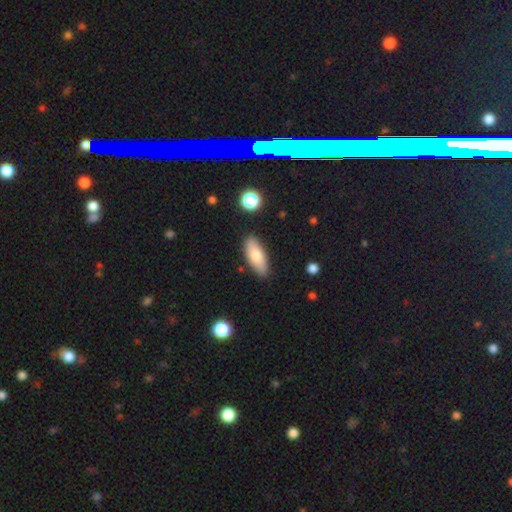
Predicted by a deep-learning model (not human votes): smooth-or-featured: smooth: 75% | featured or disk: 19% | star or artifact: 6%
  how-rounded: in between: 77% | cigar-shaped: 21% | round: 3%
  merging: none: 85% | minor disturbance: 11% | merger: 2% | major disturbance: 2%